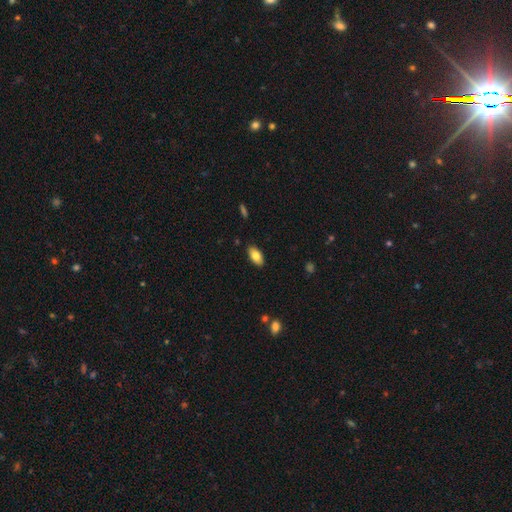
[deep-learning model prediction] The model was most divided on "smooth or featured": smooth: 81%, featured or disk: 12%, star or artifact: 7%. More confident: how rounded — in between (92%); merging — none (88%).